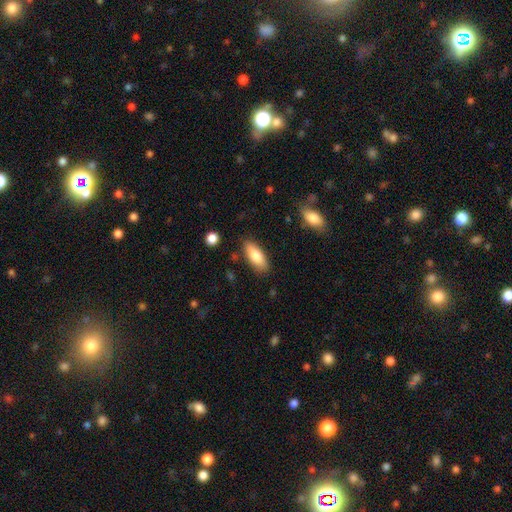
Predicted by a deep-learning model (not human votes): Smooth or featured?
  - smooth: 81% *
  - featured or disk: 13%
  - star or artifact: 6%
How rounded?
  - in between: 77% *
  - cigar-shaped: 21%
  - round: 2%
Merging?
  - none: 83% *
  - minor disturbance: 12%
  - major disturbance: 3%
  - merger: 2%